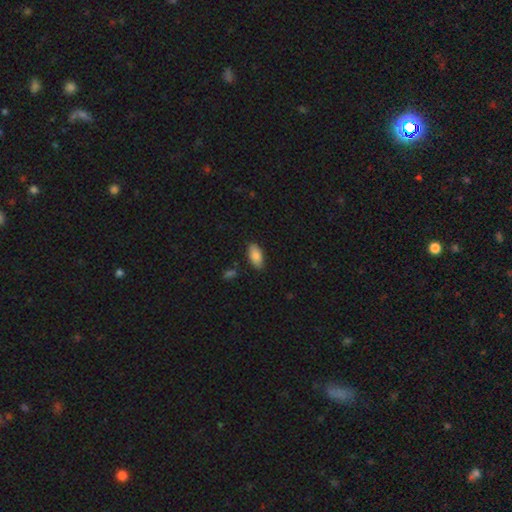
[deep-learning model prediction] Smooth or featured?
  - smooth: 83% *
  - featured or disk: 10%
  - star or artifact: 7%
How rounded?
  - in between: 92% *
  - cigar-shaped: 6%
  - round: 3%
Merging?
  - none: 85% *
  - minor disturbance: 11%
  - major disturbance: 2%
  - merger: 2%